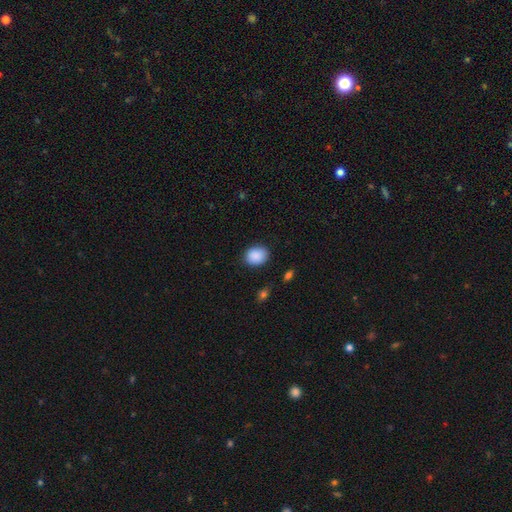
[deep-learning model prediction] The model was most divided on "how rounded": in between: 51%, round: 48%, cigar-shaped: 1%. More confident: smooth or featured — smooth (89%); merging — none (85%).